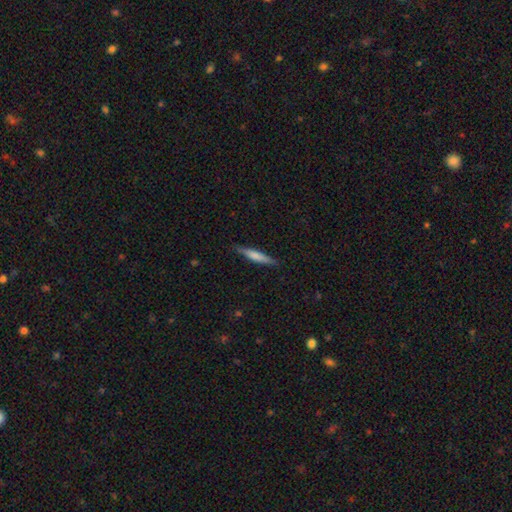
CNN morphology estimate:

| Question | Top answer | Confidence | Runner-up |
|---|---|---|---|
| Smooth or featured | smooth | 63% | featured or disk (32%) |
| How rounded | cigar-shaped | 91% | in between (7%) |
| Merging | none | 87% | minor disturbance (10%) |